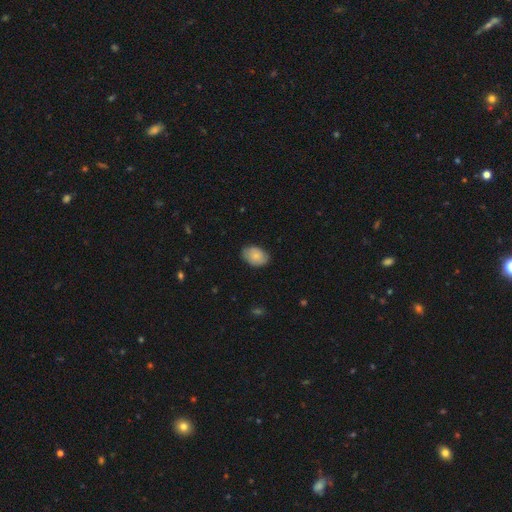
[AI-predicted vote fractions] Q: Smooth or featured?
A: smooth (81%); runner-up: featured or disk (13%)
Q: How rounded?
A: in between (81%); runner-up: round (18%)
Q: Merging?
A: none (81%); runner-up: minor disturbance (16%)